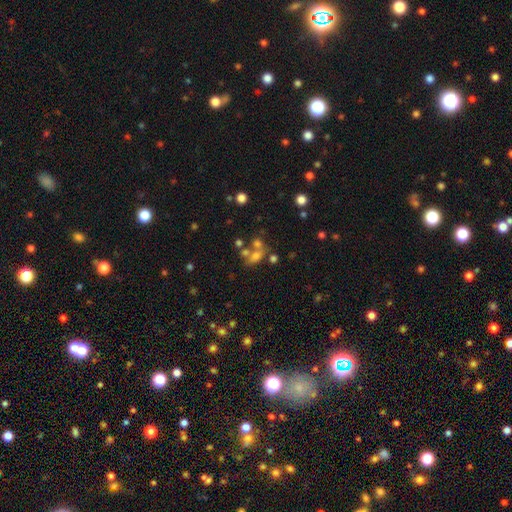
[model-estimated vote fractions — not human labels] This is possibly a smooth galaxy (58%). How rounded: likely in between (66%). Merging: marginally merger (41%).